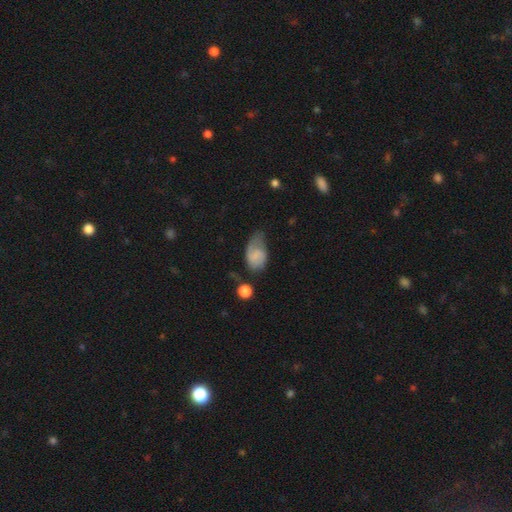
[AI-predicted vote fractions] smooth-or-featured: smooth: 60% | featured or disk: 31% | star or artifact: 9%
  how-rounded: in between: 87% | round: 12% | cigar-shaped: 2%
  merging: minor disturbance: 38% | none: 30% | major disturbance: 27% | merger: 5%